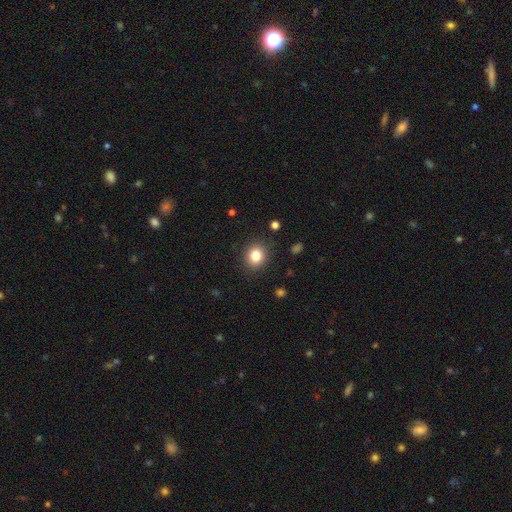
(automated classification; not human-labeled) Smooth or featured? Predicted: smooth (p=0.82). How rounded? Predicted: round (p=0.75). Merging? Predicted: none (p=0.89).